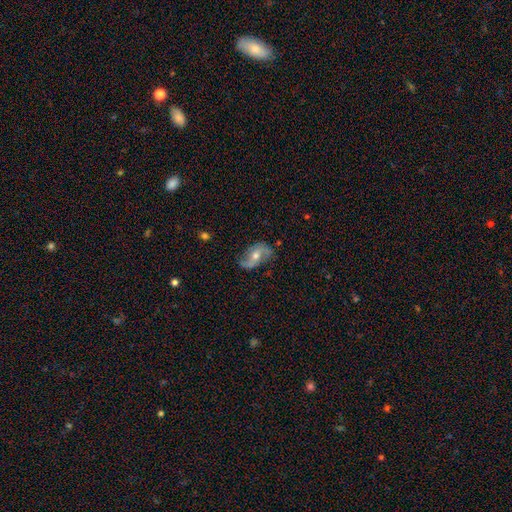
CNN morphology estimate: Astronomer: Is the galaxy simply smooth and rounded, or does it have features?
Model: featured or disk — 71%.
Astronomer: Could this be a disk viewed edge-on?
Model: no — 94%.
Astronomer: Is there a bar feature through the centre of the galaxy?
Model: no — 47% (runner-up: weak, 36%).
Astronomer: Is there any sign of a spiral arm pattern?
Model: yes — 86%.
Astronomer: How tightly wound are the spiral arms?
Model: loose — 63%.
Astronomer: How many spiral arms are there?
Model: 2 — 87%.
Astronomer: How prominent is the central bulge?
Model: moderate — 68%.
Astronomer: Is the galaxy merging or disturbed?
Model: none — 68%.